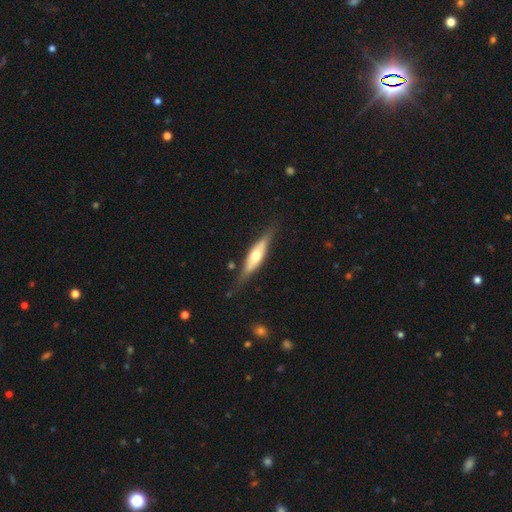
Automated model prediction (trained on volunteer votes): featured or disk 58%, smooth 36%, star or artifact 5%. Down the decision tree: edge-on disk — yes (89%); edge-on bulge — rounded (84%); merging — none (76%).